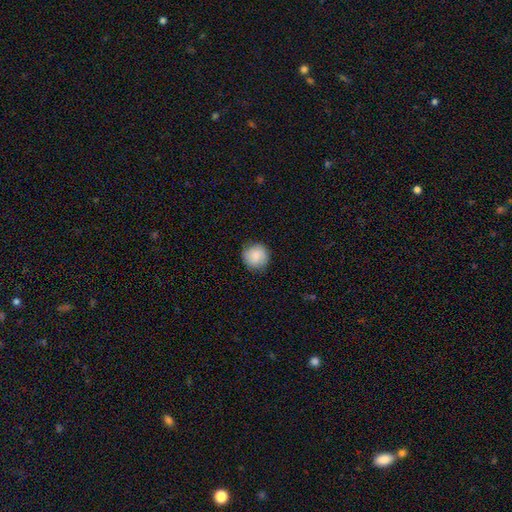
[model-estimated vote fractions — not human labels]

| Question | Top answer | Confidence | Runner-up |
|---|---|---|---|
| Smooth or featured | smooth | 78% | featured or disk (15%) |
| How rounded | round | 91% | in between (8%) |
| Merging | none | 85% | minor disturbance (11%) |